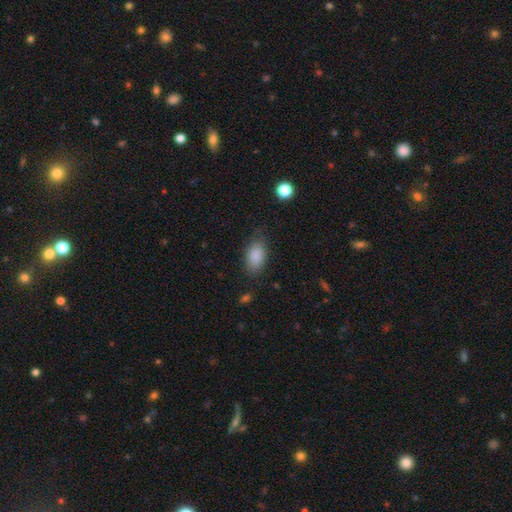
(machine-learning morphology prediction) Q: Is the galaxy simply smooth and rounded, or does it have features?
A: smooth — 88%.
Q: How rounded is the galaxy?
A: in between — 92%.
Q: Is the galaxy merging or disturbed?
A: none — 78%.